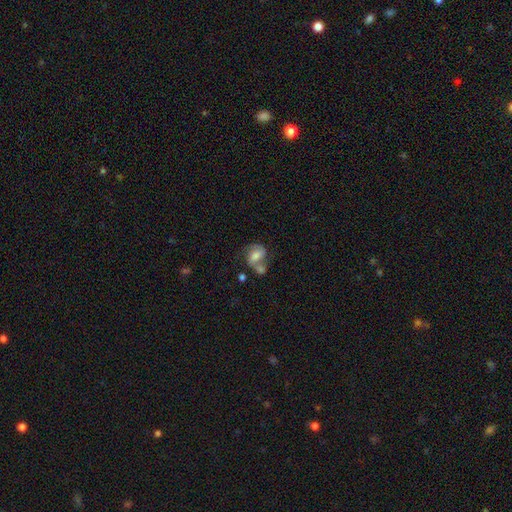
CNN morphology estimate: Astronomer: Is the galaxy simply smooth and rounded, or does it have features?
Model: featured or disk — 57% (runner-up: smooth, 35%).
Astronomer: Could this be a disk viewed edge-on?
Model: no — 97%.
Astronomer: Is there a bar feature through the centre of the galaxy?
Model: no — 43% (runner-up: weak, 39%).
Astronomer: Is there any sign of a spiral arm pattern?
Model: yes — 84%.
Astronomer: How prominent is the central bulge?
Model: moderate — 53%.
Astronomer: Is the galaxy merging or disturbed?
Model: merger — 39% (runner-up: none, 34%).